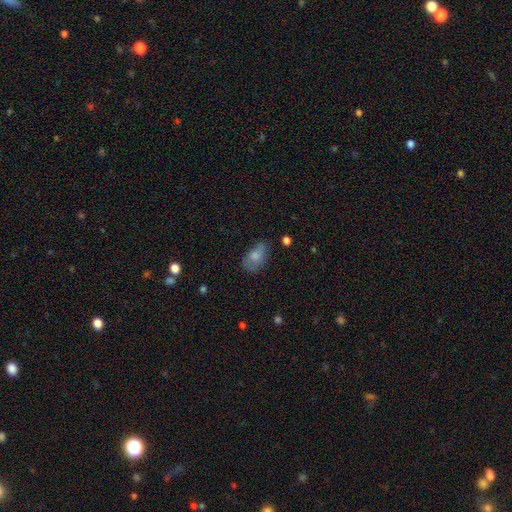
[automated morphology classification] Smooth or featured? smooth (73%)
How rounded? in between (89%)
Merging? none (47%)